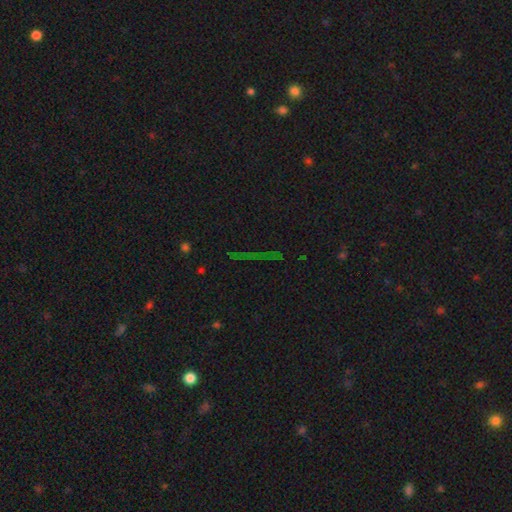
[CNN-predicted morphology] Overall: star or artifact (70%).